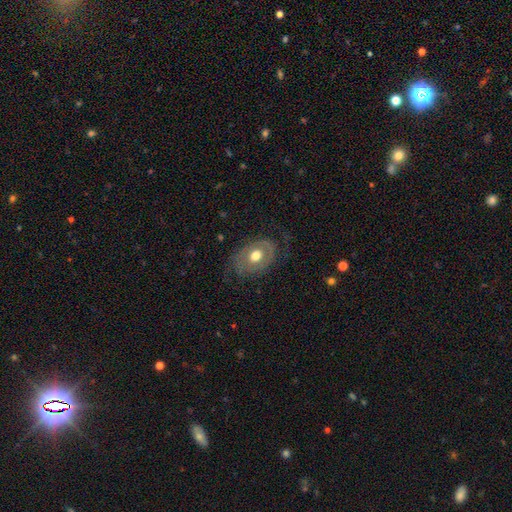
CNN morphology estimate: A featured or disk galaxy (56%) with no bar (85%), no spiral arms (60%) and a moderate central bulge (69%).

Vote fractions:
- Smooth or featured? featured or disk: 56% / smooth: 38% / star or artifact: 6%
- Edge-on disk? no: 93% / yes: 7%
- Bar? no: 85% / weak: 12% / strong: 3%
- Spiral arms? no: 60% / yes: 40%
- Bulge size? moderate: 69% / large: 24% / small: 5% / dominant: 2% / none: 1%
- Merging? none: 67% / minor disturbance: 20% / major disturbance: 12% / merger: 1%